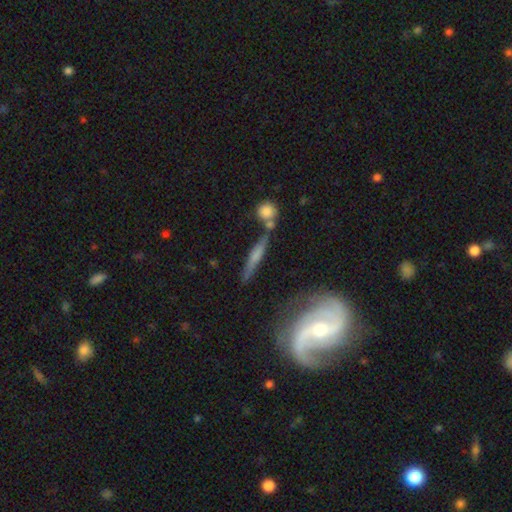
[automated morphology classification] Q: Smooth or featured?
A: featured or disk (51%); runner-up: smooth (39%)
Q: Edge-on disk?
A: yes (87%); runner-up: no (13%)
Q: Merging?
A: none (70%); runner-up: minor disturbance (15%)